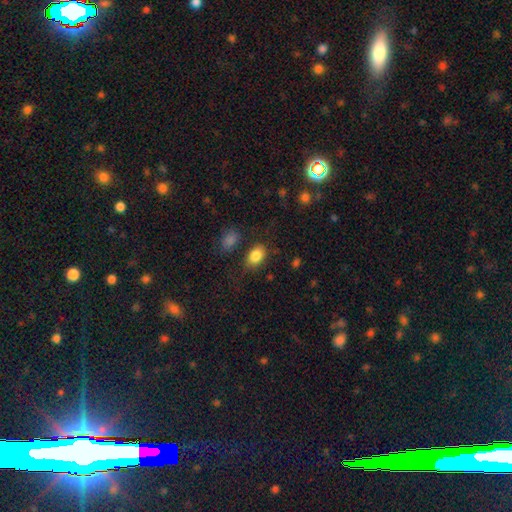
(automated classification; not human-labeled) Smooth or featured?
  - smooth: 84% *
  - star or artifact: 9%
  - featured or disk: 7%
How rounded?
  - in between: 80% *
  - round: 18%
  - cigar-shaped: 1%
Merging?
  - none: 75% *
  - minor disturbance: 15%
  - major disturbance: 5%
  - merger: 4%